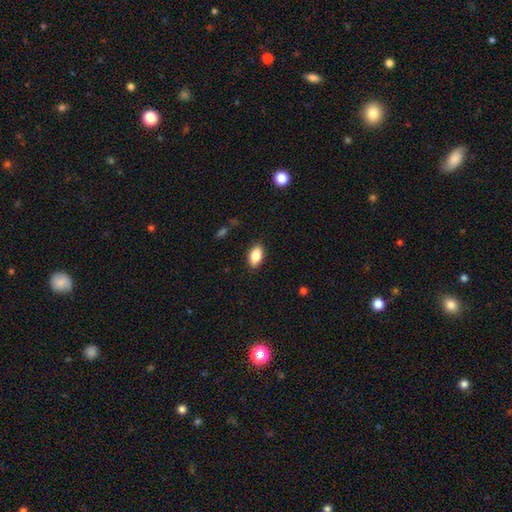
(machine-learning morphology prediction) smooth 87%, star or artifact 7%, featured or disk 6%. Down the decision tree: how rounded — in between (92%); merging — none (87%).